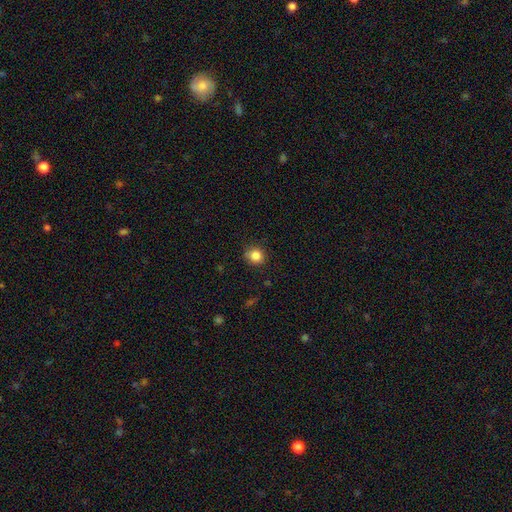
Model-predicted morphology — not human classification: smooth-or-featured: smooth: 84% | star or artifact: 11% | featured or disk: 5%
  how-rounded: round: 88% | in between: 12% | cigar-shaped: 1%
  merging: none: 81% | minor disturbance: 14% | major disturbance: 3% | merger: 2%